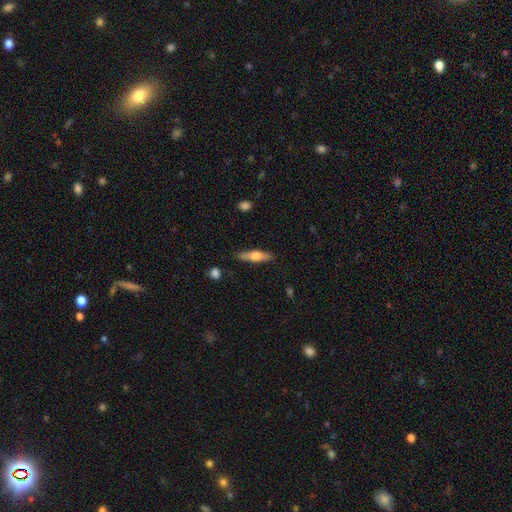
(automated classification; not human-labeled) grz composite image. It shows a featured or disk galaxy (47%, tied with smooth). Merging: none (86%).